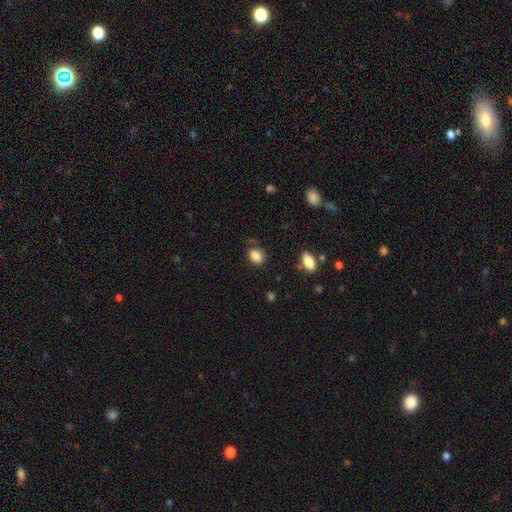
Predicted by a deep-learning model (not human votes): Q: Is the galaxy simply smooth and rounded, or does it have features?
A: smooth — 87%.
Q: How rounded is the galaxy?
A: in between — 67%.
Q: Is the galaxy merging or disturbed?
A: none — 72%.